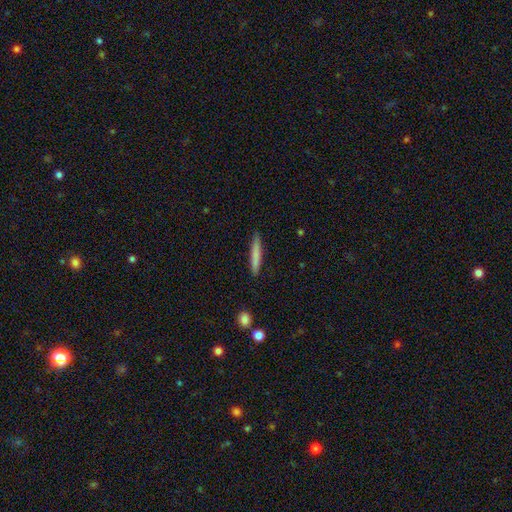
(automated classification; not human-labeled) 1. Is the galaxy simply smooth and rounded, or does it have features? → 75% smooth, 19% featured or disk, 6% star or artifact.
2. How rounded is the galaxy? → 94% cigar-shaped, 4% in between, 1% round.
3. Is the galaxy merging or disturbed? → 89% none, 8% minor disturbance, 2% major disturbance, 1% merger.